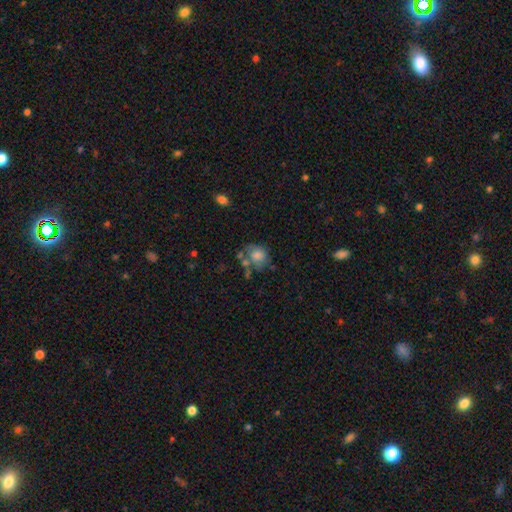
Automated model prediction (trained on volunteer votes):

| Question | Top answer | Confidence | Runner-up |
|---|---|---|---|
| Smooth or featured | smooth | 66% | featured or disk (23%) |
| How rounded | round | 69% | in between (30%) |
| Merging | none | 43% | minor disturbance (22%) |